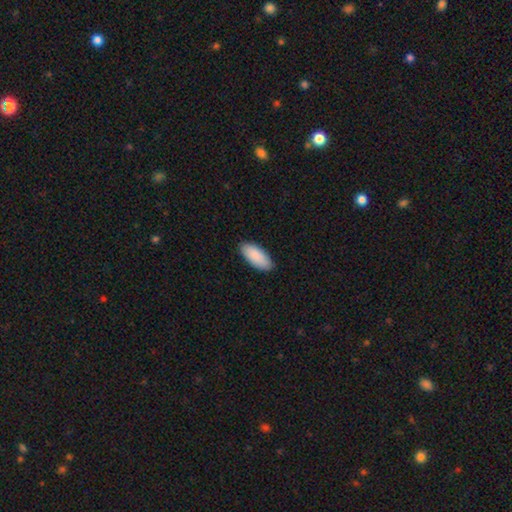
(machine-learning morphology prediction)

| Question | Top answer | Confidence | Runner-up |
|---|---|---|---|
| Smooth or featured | smooth | 90% | star or artifact (5%) |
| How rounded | in between | 88% | cigar-shaped (11%) |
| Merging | none | 88% | minor disturbance (10%) |